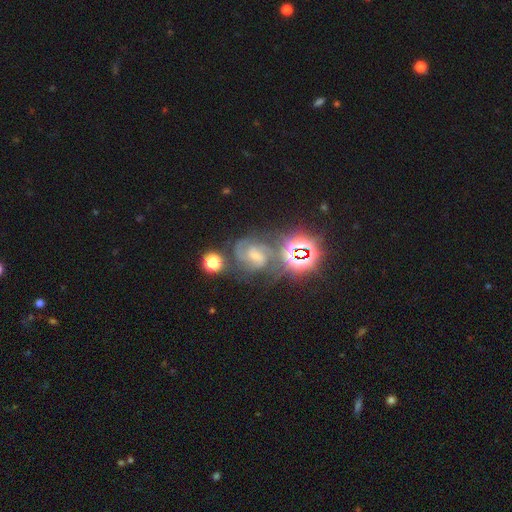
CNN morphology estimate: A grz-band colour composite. It shows a featured or disk galaxy (66%) with a weak bar (48%), 2 (56%) medium (49%) spiral arms (96%) and a small central bulge (50%). Merging: none (61%).